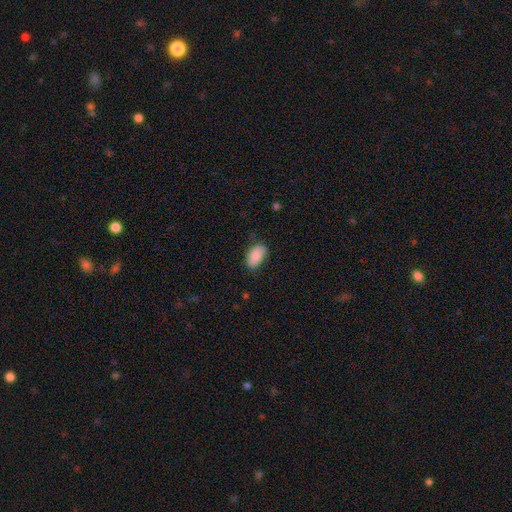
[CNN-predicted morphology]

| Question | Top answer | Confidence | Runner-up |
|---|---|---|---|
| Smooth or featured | smooth | 86% | featured or disk (7%) |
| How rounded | in between | 93% | round (5%) |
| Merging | none | 73% | minor disturbance (21%) |